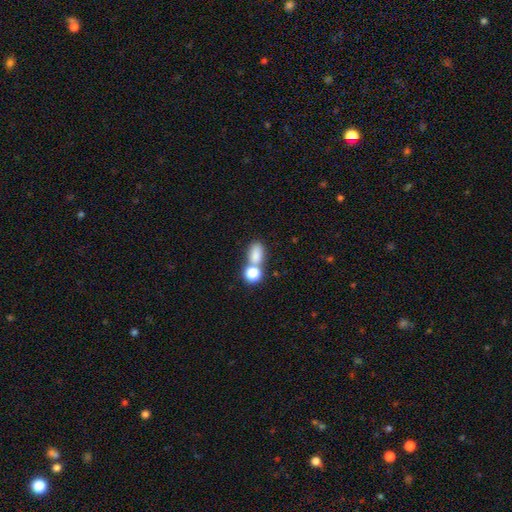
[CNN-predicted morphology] A smooth galaxy with no disk features (78%) that is in between round and cigar-shaped (75%).

Vote fractions:
- Smooth or featured? smooth: 78% / star or artifact: 13% / featured or disk: 8%
- How rounded? in between: 75% / round: 22% / cigar-shaped: 3%
- Merging? none: 45% / merger: 40% / minor disturbance: 10% / major disturbance: 5%